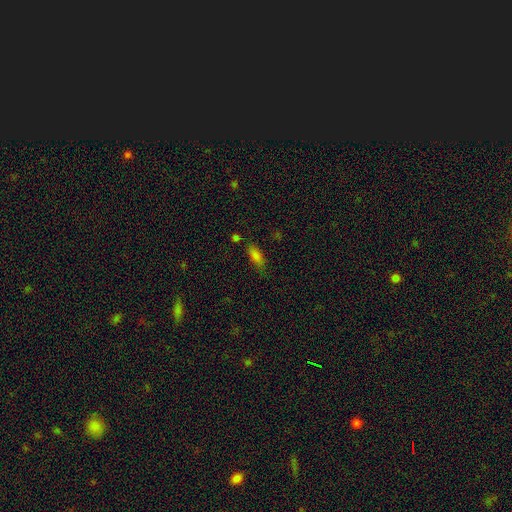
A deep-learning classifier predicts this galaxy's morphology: Smooth or featured? smooth (80%)
How rounded? in between (70%)
Merging? none (71%)